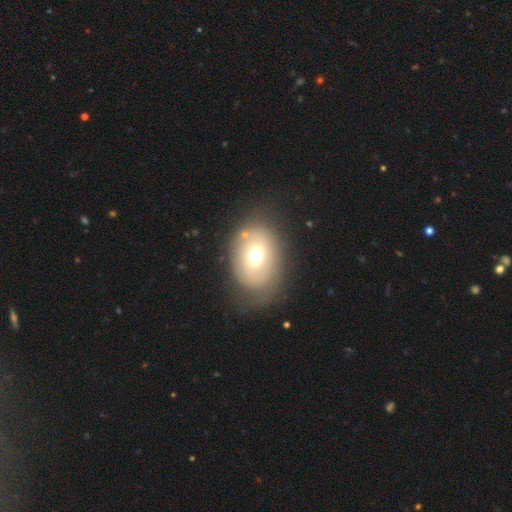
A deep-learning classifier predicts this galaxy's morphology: smooth_or_featured: smooth (p=0.62) [alt: featured or disk p=0.27]
how_rounded: in between (p=0.70) [alt: round p=0.29]
merging: none (p=0.66) [alt: minor disturbance p=0.20]